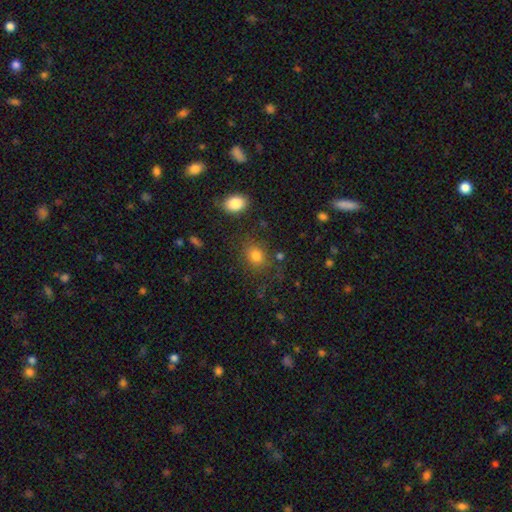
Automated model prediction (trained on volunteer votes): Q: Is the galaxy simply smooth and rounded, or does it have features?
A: smooth — 80%.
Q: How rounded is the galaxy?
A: round — 56%.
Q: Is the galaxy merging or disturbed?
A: none — 76%.